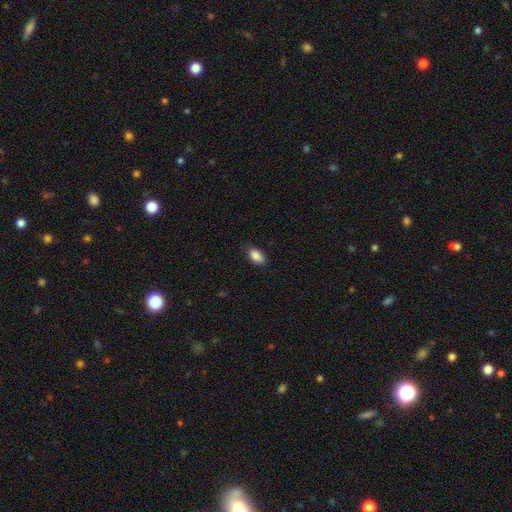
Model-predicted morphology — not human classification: Smooth or featured? smooth (88%)
How rounded? in between (92%)
Merging? none (81%)